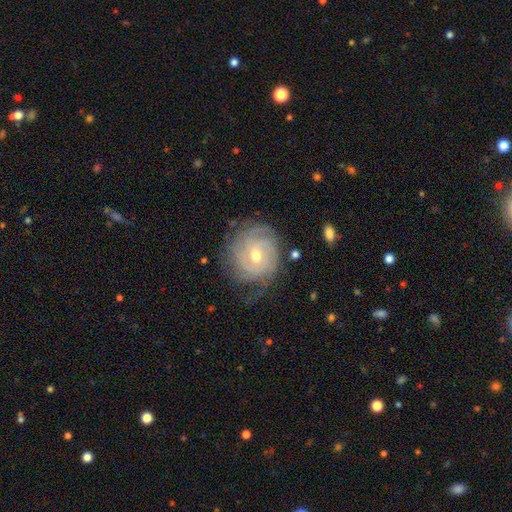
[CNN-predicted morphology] This appears to be a featured or disk galaxy (83%) with no bar (57%), tight (76%) spiral arms (95%) and a moderate central bulge (57%). Merging: none (71%).